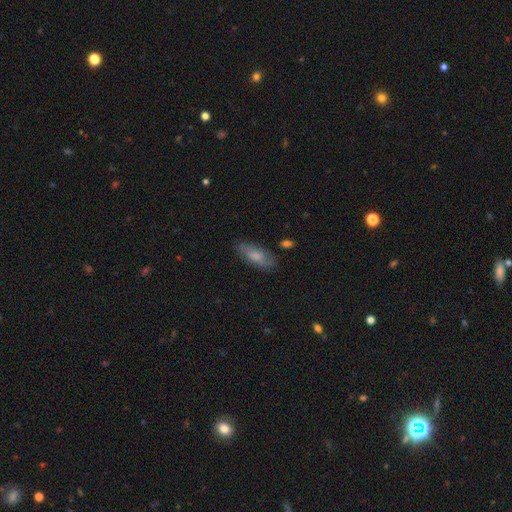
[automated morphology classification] Overall: smooth (69%). How rounded: in between (80%). Merging: none (76%).